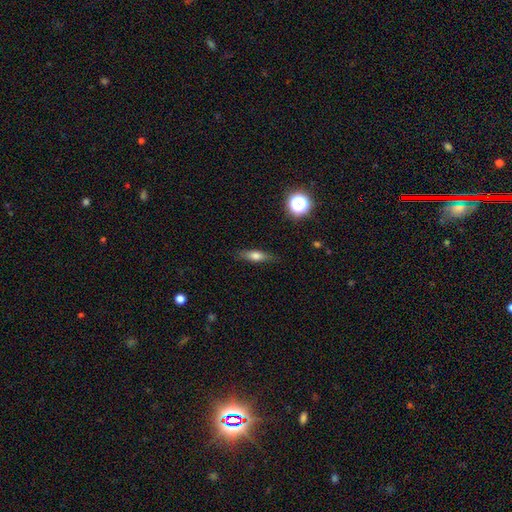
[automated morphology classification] Smooth or featured: smooth — 63% (featured or disk — 28%)
How rounded: cigar-shaped — 51% (in between — 43%)
Merging: none — 83% (minor disturbance — 13%)